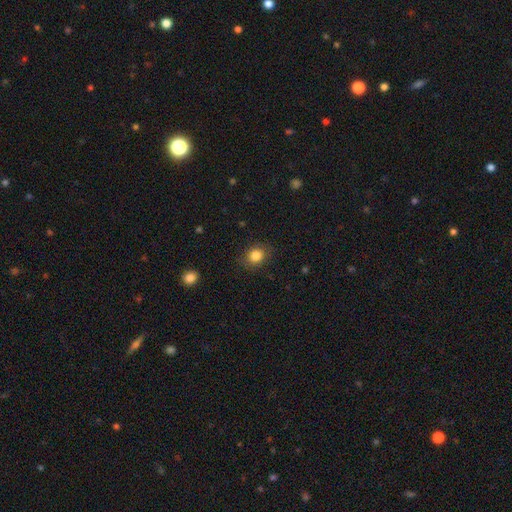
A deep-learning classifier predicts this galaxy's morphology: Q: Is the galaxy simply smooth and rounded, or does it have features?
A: smooth — 84%.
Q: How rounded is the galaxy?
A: round — 63%.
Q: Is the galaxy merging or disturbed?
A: none — 82%.